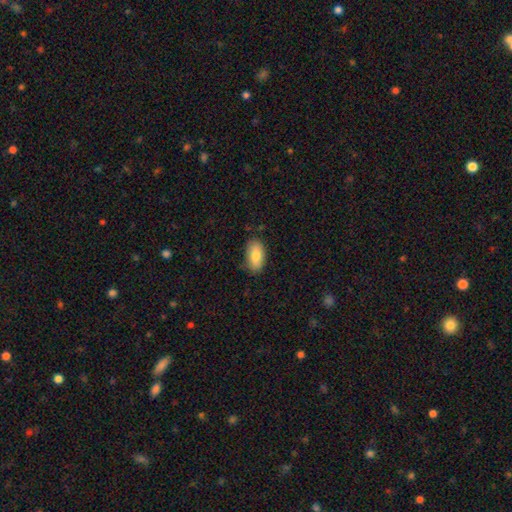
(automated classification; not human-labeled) Overall: smooth (81%). How rounded: in between (92%). Merging: none (83%).